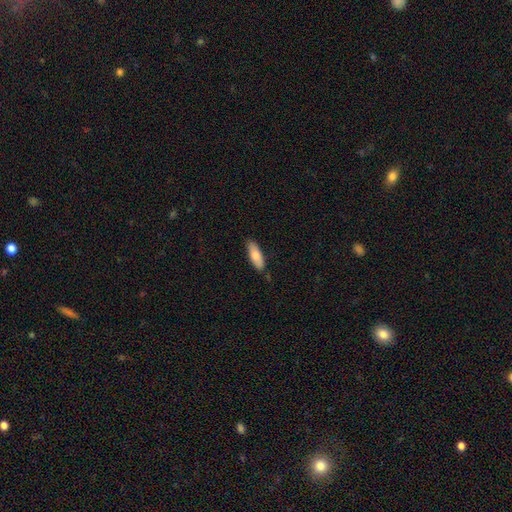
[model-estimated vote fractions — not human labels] Smooth or featured? smooth (76%)
How rounded? in between (57%)
Merging? none (84%)